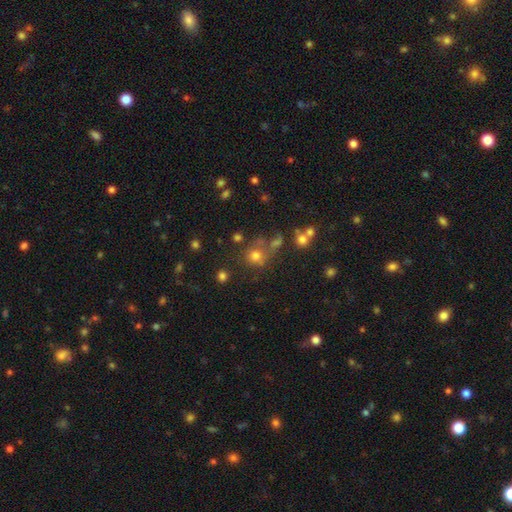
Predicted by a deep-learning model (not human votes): A smooth galaxy with no disk features (71%) that is round (84%). Merging: none (57%).